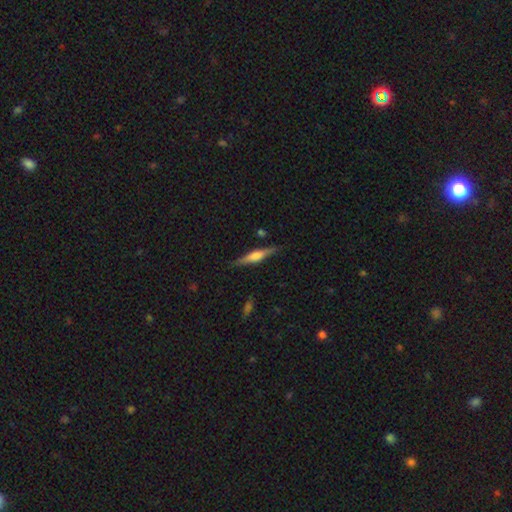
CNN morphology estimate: smooth_or_featured: featured or disk (p=0.61) [alt: smooth p=0.33]
disk_edge_on: yes (p=0.97) [alt: no p=0.03]
edge_on_bulge: rounded (p=0.69) [alt: boxy p=0.22]
merging: none (p=0.87) [alt: minor disturbance p=0.10]